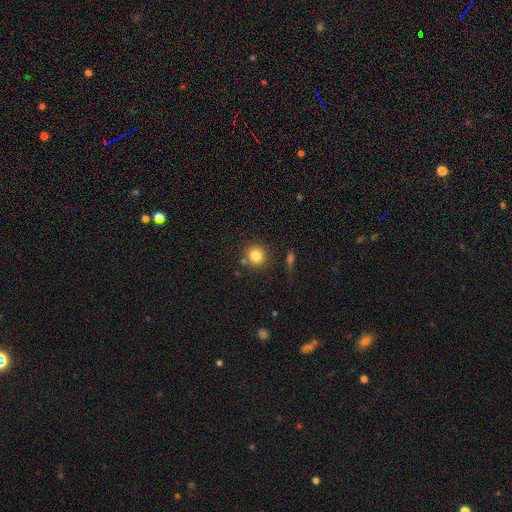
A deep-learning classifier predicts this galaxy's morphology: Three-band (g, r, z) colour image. It shows a smooth galaxy with no disk features (82%) that is round (90%). Merging: none (81%).